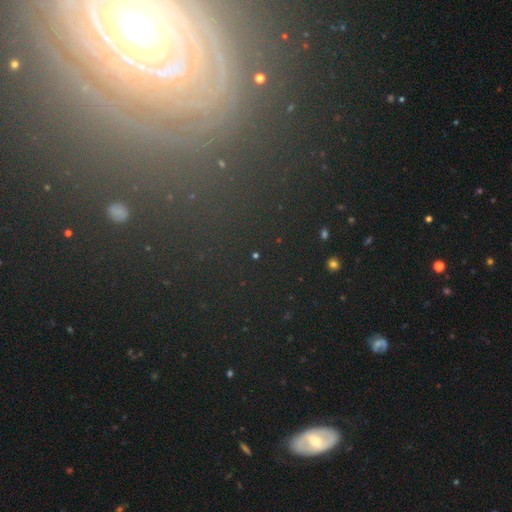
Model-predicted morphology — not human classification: Overall: star or artifact (72%).